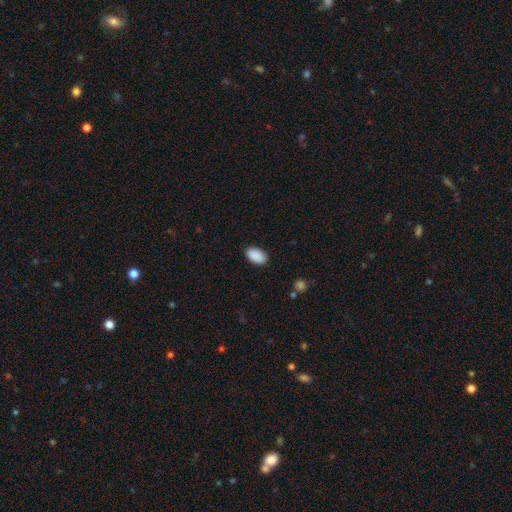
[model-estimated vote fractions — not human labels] Q: Smooth or featured?
A: smooth (91%); runner-up: star or artifact (7%)
Q: How rounded?
A: in between (93%); runner-up: round (5%)
Q: Merging?
A: none (87%); runner-up: minor disturbance (9%)